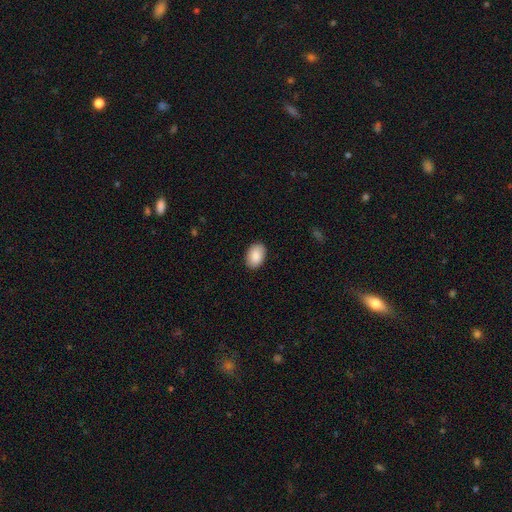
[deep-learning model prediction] A smooth galaxy with no disk features (89%) that is in between round and cigar-shaped (89%). Merging: none (89%).